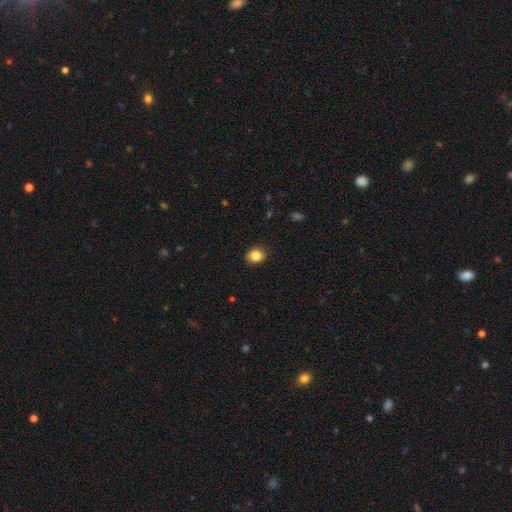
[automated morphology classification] Smooth or featured? smooth (85%)
How rounded? round (57%)
Merging? none (87%)